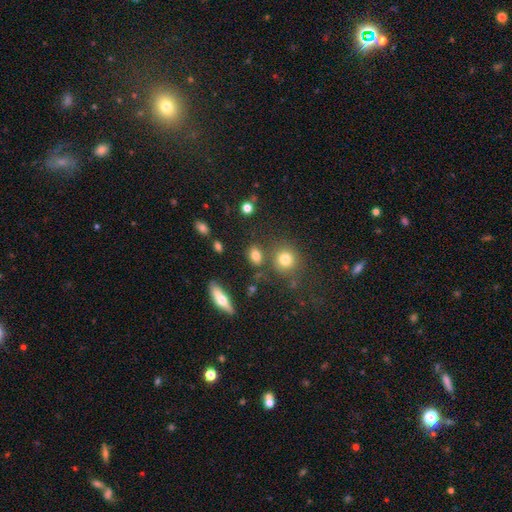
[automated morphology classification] smooth-or-featured: smooth: 77% | star or artifact: 13% | featured or disk: 10%
  how-rounded: in between: 60% | round: 35% | cigar-shaped: 5%
  merging: none: 75% | minor disturbance: 11% | merger: 10% | major disturbance: 4%